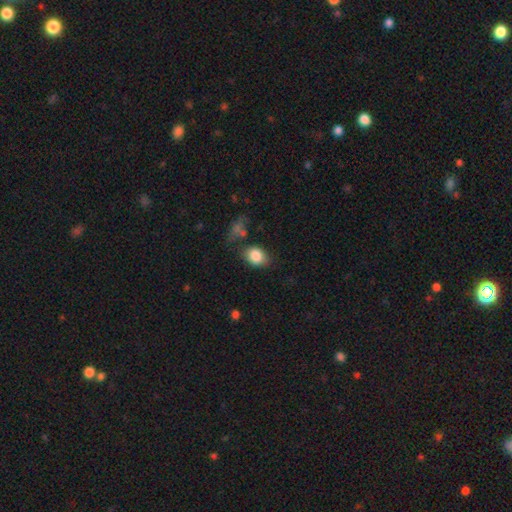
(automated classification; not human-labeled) smooth-or-featured: smooth: 84% | star or artifact: 8% | featured or disk: 8%
  how-rounded: in between: 71% | round: 28% | cigar-shaped: 1%
  merging: none: 70% | minor disturbance: 18% | merger: 6% | major disturbance: 6%